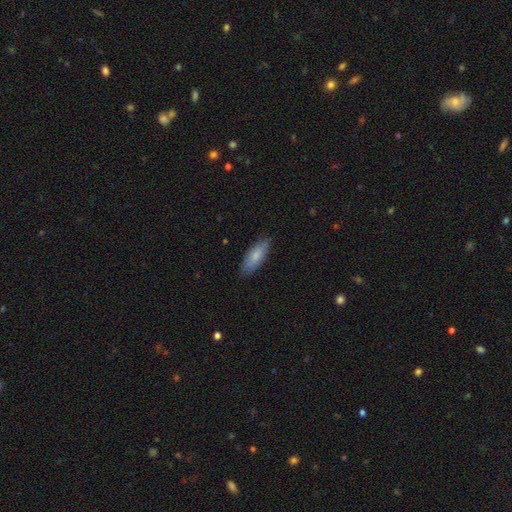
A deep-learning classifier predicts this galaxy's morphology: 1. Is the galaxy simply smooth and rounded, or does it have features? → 79% smooth, 15% featured or disk, 6% star or artifact.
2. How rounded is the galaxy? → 67% in between, 31% cigar-shaped, 2% round.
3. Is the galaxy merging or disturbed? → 83% none, 14% minor disturbance, 2% major disturbance, 1% merger.